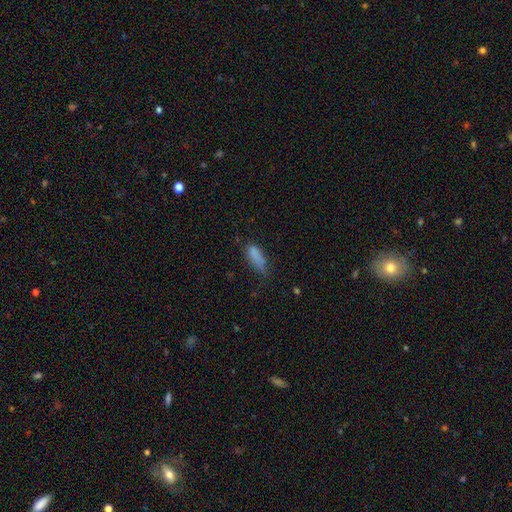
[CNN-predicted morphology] The model was most divided on "merging": none: 40%, minor disturbance: 36%, major disturbance: 19%, merger: 4%. More confident: smooth or featured — smooth (78%); how rounded — in between (64%).